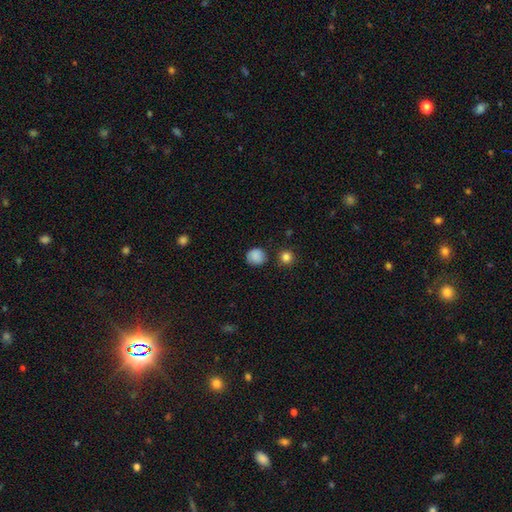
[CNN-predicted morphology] This appears to be a smooth galaxy with no disk features (85%) that is round (87%). Merging: none (78%).